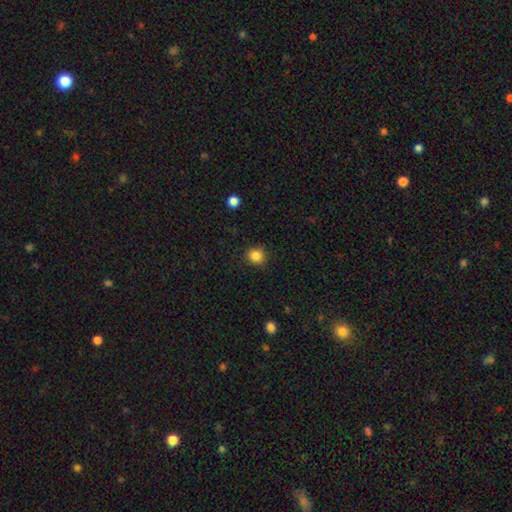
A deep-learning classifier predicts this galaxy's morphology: Smooth or featured? Predicted: smooth (p=0.85). How rounded? Predicted: round (p=0.90). Merging? Predicted: none (p=0.87).